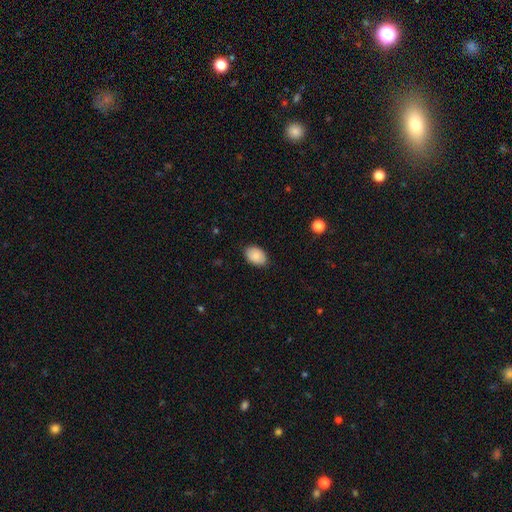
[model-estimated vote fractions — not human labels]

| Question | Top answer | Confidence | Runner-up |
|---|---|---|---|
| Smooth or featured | smooth | 86% | star or artifact (7%) |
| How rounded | in between | 85% | round (14%) |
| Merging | none | 85% | minor disturbance (12%) |